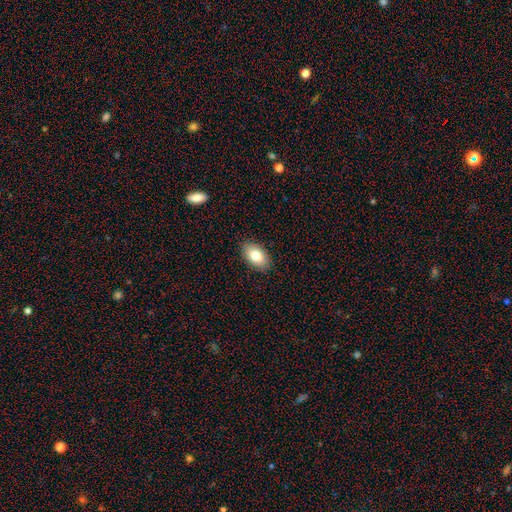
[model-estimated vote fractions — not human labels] smooth_or_featured: smooth (p=0.80) [alt: featured or disk p=0.13]
how_rounded: in between (p=0.92) [alt: round p=0.06]
merging: none (p=0.88) [alt: minor disturbance p=0.09]